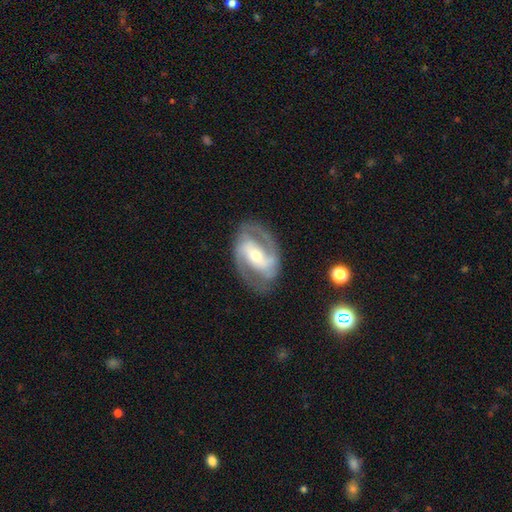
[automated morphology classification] This is clearly a featured or disk galaxy (87%). It is clearly not viewed edge-on (97%). Bar: possibly strong (46%). Spiral arm pattern: clearly yes (94%). Spiral arm count: clearly 2 (83%). Spiral winding: possibly medium (53%). Central bulge: possibly moderate (53%). Merging: likely none (79%).